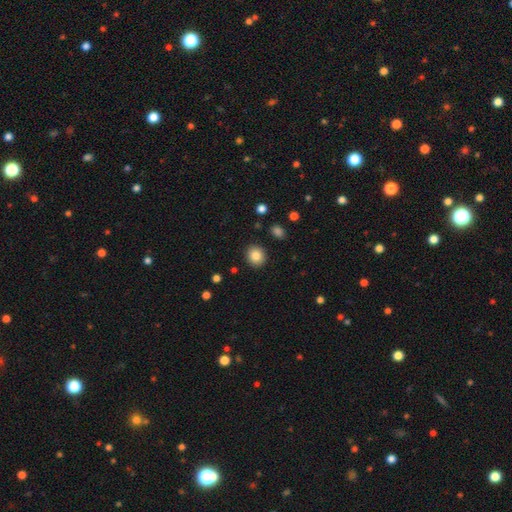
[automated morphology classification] The model was most divided on "how rounded": round: 79%, in between: 20%, cigar-shaped: 1%. More confident: merging — none (90%); smooth or featured — smooth (85%).